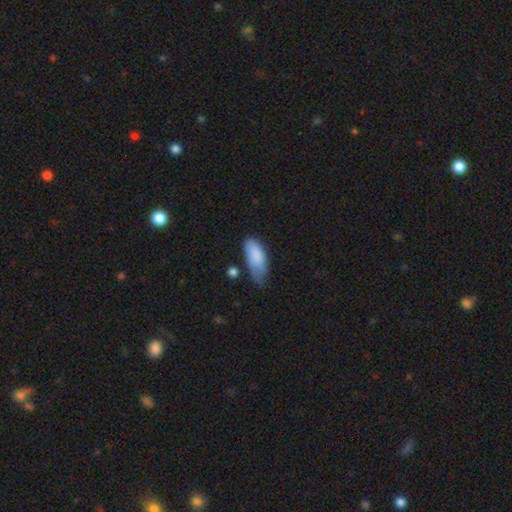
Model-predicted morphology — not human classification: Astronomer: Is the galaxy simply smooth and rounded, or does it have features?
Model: smooth — 84%.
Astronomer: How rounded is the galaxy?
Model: in between — 83%.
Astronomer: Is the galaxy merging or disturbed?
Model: minor disturbance — 46% (runner-up: none, 34%).